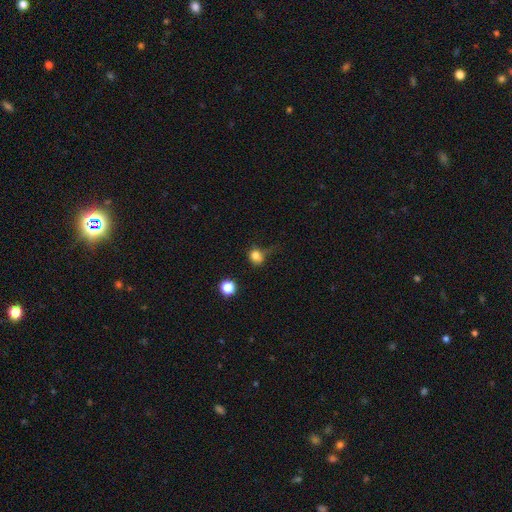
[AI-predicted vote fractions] The model was most divided on "merging": none: 43%, minor disturbance: 30%, major disturbance: 20%, merger: 7%. More confident: smooth or featured — smooth (78%); how rounded — round (70%).